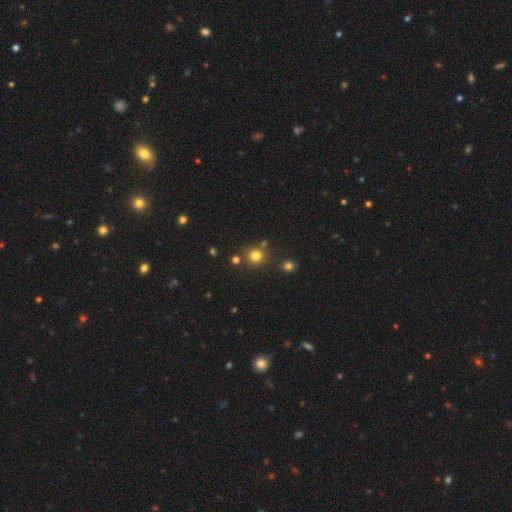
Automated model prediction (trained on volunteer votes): A smooth galaxy with no disk features (78%) that is round (90%). Merging: none (80%).